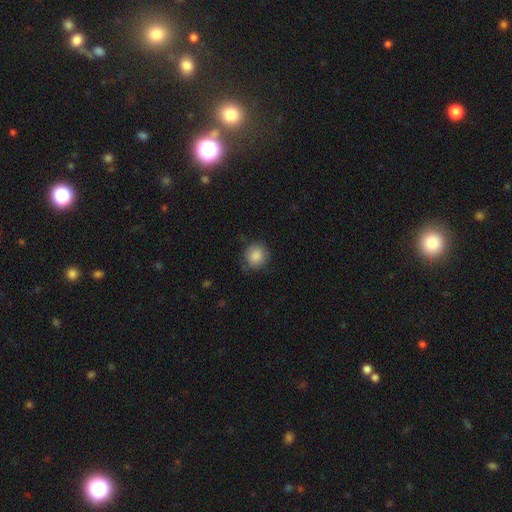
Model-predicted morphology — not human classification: The model was most divided on "merging": none: 77%, minor disturbance: 18%, major disturbance: 5%, merger: 1%. More confident: smooth or featured — smooth (87%); how rounded — round (87%).